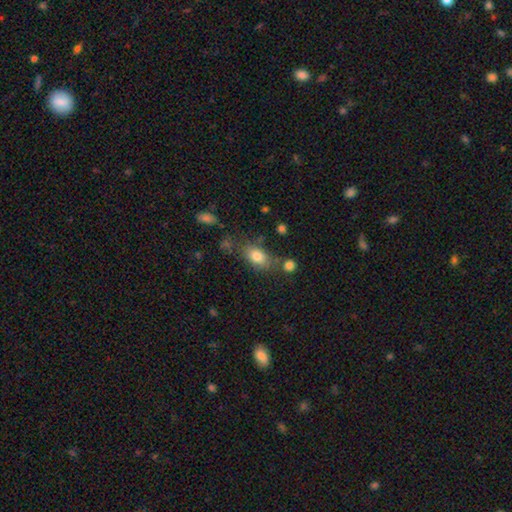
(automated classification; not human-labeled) Morphology: type=smooth (74%); roundness=in between (74%); merging=none (69%).